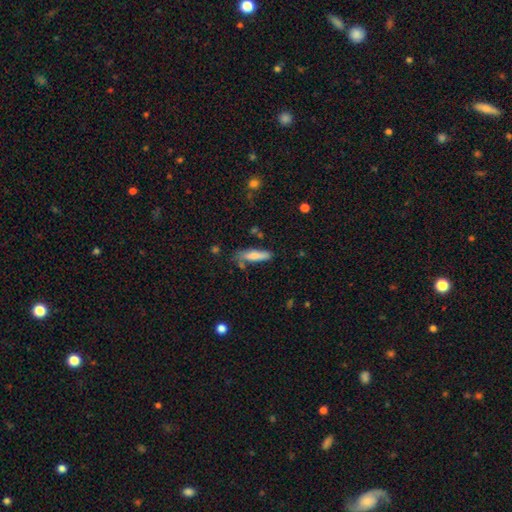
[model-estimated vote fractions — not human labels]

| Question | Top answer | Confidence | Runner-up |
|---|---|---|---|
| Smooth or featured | smooth | 75% | featured or disk (18%) |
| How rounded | cigar-shaped | 69% | in between (29%) |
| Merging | none | 66% | minor disturbance (21%) |